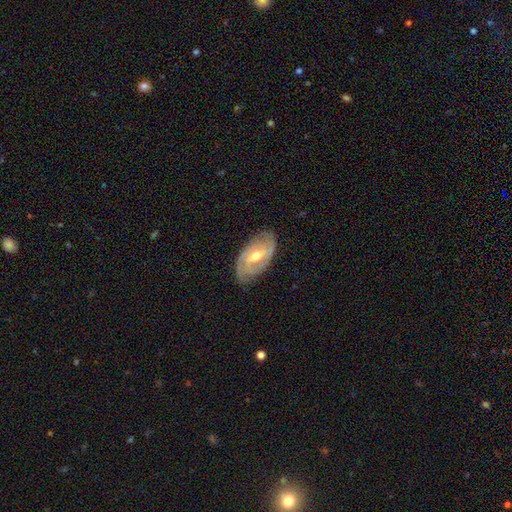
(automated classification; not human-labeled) Morphology: type=featured or disk (79%); edge-on=no (93%); bar=weak (51%); spiral arms=yes (88%); winding=tight (55%); arm count=2 (57%); bulge=moderate (71%); merging=none (78%).